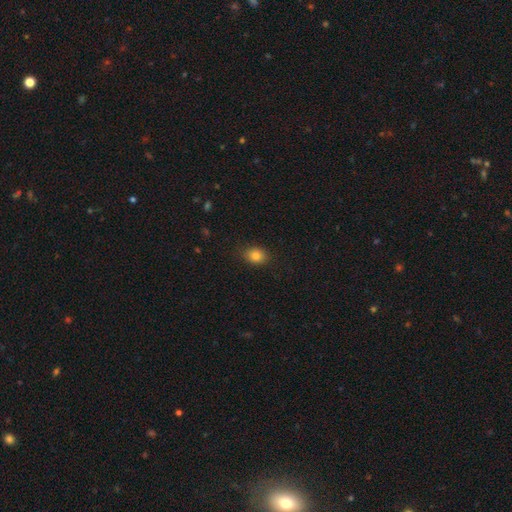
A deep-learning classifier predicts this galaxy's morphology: Smooth or featured? smooth (83%)
How rounded? in between (58%)
Merging? none (85%)